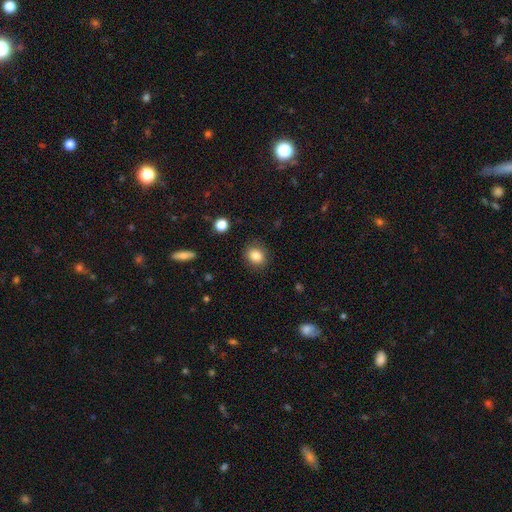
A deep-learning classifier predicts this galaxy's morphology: A smooth galaxy with no disk features (85%) that is round (60%). Merging: none (85%).